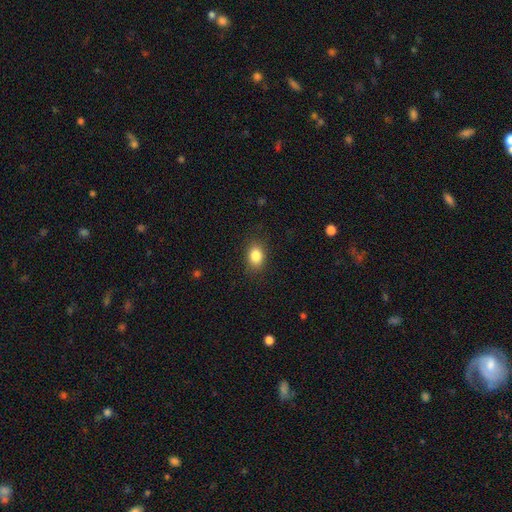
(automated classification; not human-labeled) A smooth galaxy with no disk features (85%) that is in between round and cigar-shaped (69%).

Vote fractions:
- Smooth or featured? smooth: 85% / star or artifact: 9% / featured or disk: 5%
- How rounded? in between: 69% / round: 29% / cigar-shaped: 1%
- Merging? none: 85% / minor disturbance: 11% / major disturbance: 3% / merger: 1%